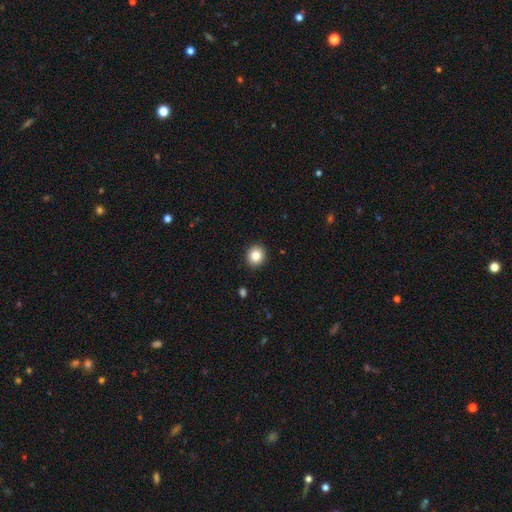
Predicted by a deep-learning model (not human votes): Smooth or featured? Predicted: smooth (p=0.84). How rounded? Predicted: round (p=0.84). Merging? Predicted: none (p=0.92).